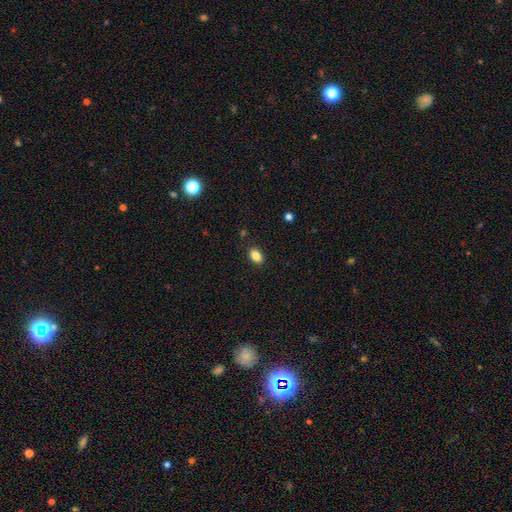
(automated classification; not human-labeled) A smooth galaxy with no disk features (86%) that is in between round and cigar-shaped (87%).

Vote fractions:
- Smooth or featured? smooth: 86% / star or artifact: 9% / featured or disk: 5%
- How rounded? in between: 87% / round: 12% / cigar-shaped: 2%
- Merging? none: 87% / minor disturbance: 9% / major disturbance: 2% / merger: 1%